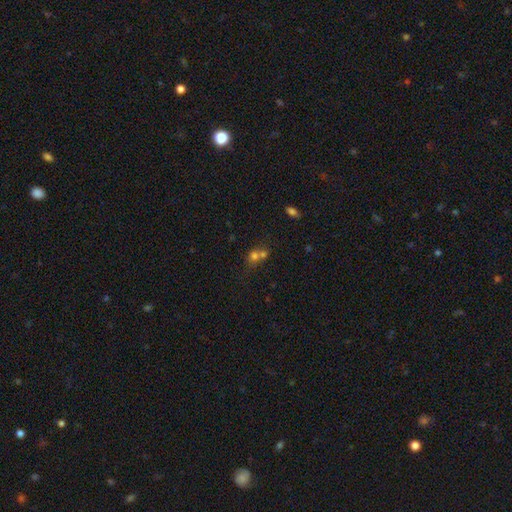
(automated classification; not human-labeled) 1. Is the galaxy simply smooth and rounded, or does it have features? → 68% smooth, 16% star or artifact, 16% featured or disk.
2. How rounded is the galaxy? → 75% round, 24% in between, 1% cigar-shaped.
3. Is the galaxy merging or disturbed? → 61% merger, 30% none, 6% minor disturbance, 3% major disturbance.